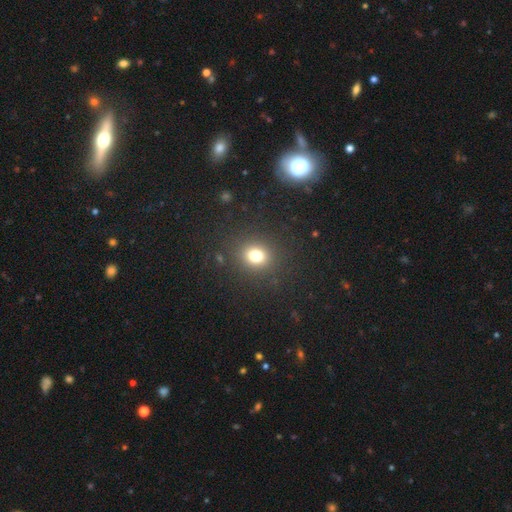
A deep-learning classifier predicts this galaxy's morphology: Smooth or featured? smooth (76%)
How rounded? round (71%)
Merging? none (86%)